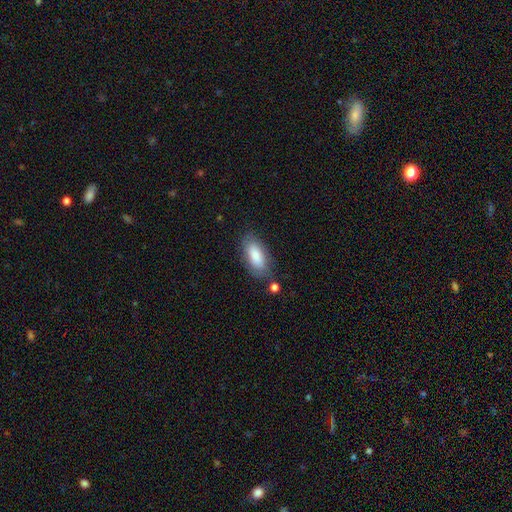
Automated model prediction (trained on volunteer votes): Q: Smooth or featured?
A: smooth (81%); runner-up: featured or disk (13%)
Q: How rounded?
A: in between (86%); runner-up: cigar-shaped (12%)
Q: Merging?
A: none (73%); runner-up: minor disturbance (17%)